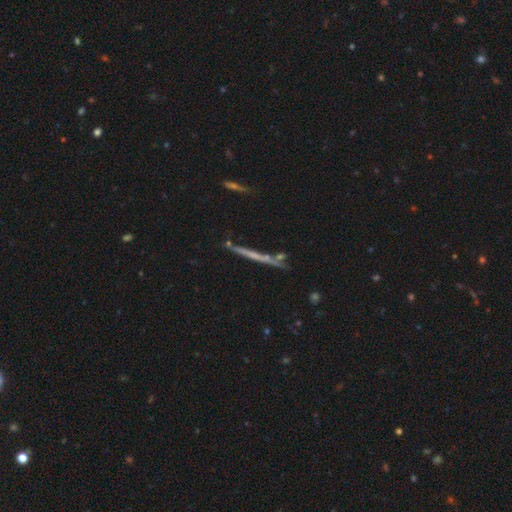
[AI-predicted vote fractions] featured or disk 59%, smooth 32%, star or artifact 9%. Down the decision tree: edge-on disk — yes (96%); edge-on bulge — none (79%); merging — none (81%).